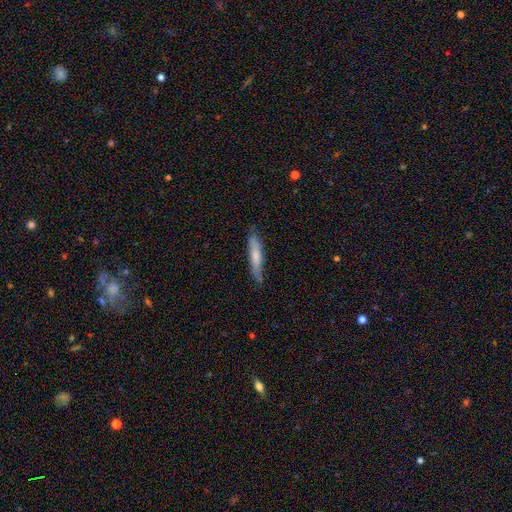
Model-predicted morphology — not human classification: smooth_or_featured: smooth (p=0.65) [alt: featured or disk p=0.29]
how_rounded: cigar-shaped (p=0.87) [alt: in between p=0.12]
merging: none (p=0.76) [alt: minor disturbance p=0.19]